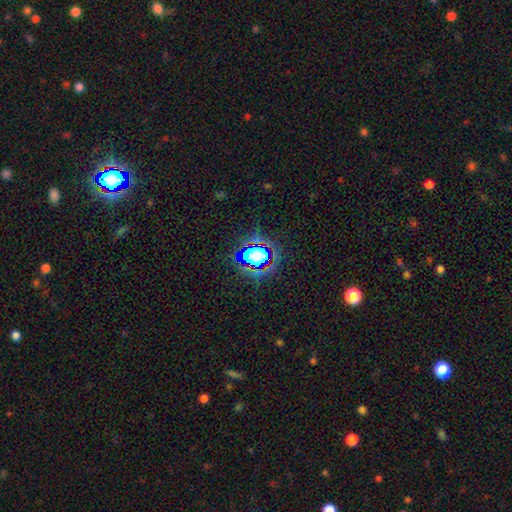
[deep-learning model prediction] Overall: star or artifact (57%; smooth 29%).